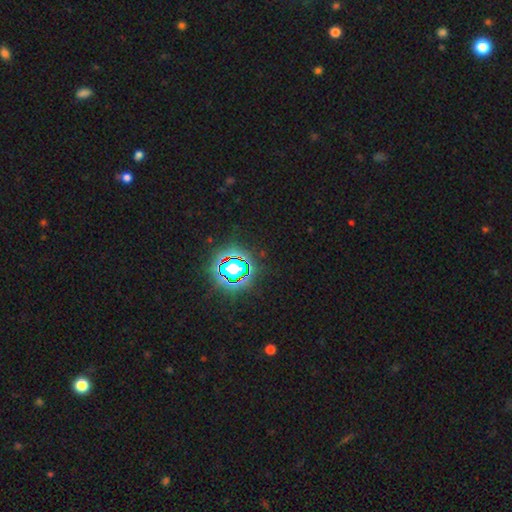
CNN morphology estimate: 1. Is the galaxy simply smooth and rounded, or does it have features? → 84% star or artifact, 9% smooth, 6% featured or disk.